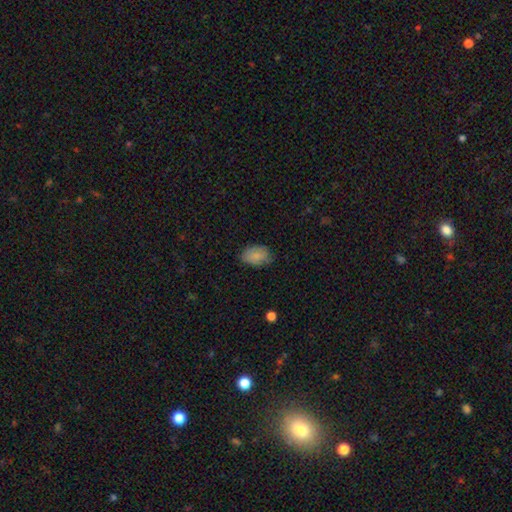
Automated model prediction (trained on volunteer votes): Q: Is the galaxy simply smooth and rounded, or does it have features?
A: smooth — 85%.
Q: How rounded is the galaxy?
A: in between — 86%.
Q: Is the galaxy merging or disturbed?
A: none — 75%.